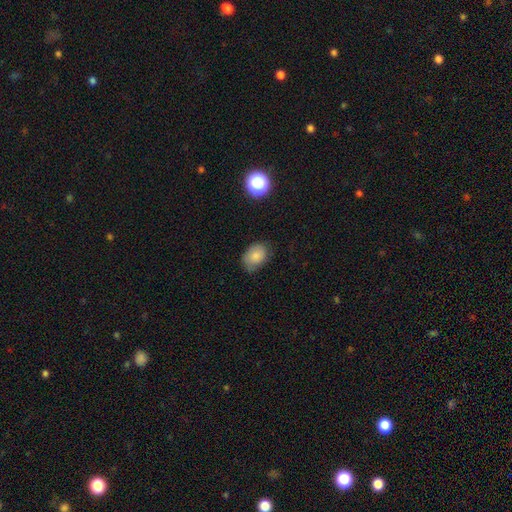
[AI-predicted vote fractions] Smooth or featured? smooth (81%)
How rounded? in between (73%)
Merging? none (67%)